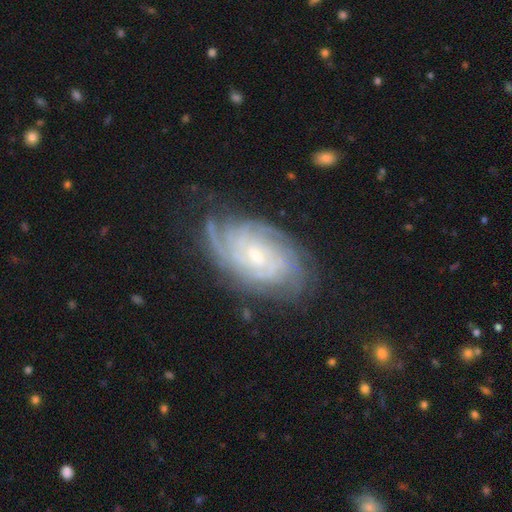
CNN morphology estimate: type=featured or disk (87%); edge-on=no (96%); bar=no (60%); spiral arms=yes (97%); winding=tight (76%); arm count=can't tell (33%); bulge=small (63%); merging=none (73%).